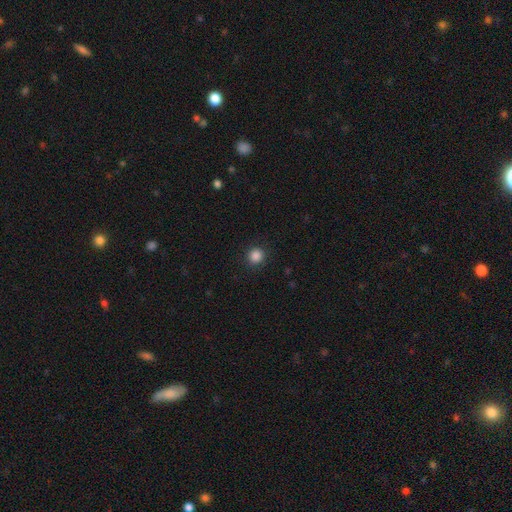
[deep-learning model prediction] smooth_or_featured: smooth (p=0.86) [alt: star or artifact p=0.11]
how_rounded: round (p=0.93) [alt: in between p=0.06]
merging: none (p=0.91) [alt: minor disturbance p=0.06]